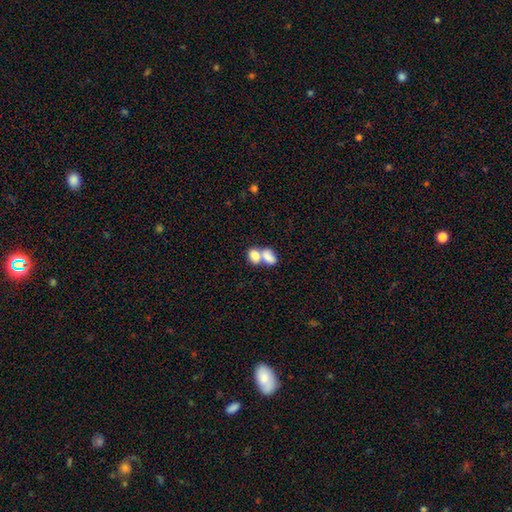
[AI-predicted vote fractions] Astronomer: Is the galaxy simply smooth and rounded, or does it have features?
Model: smooth — 80%.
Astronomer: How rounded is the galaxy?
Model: in between — 85%.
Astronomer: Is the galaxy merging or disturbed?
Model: merger — 72%.